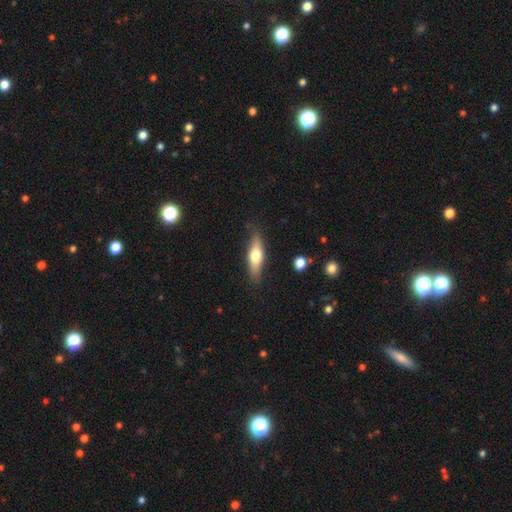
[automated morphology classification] smooth_or_featured: smooth (p=0.54) [alt: featured or disk p=0.40]
how_rounded: cigar-shaped (p=0.57) [alt: in between p=0.41]
merging: none (p=0.82) [alt: minor disturbance p=0.13]